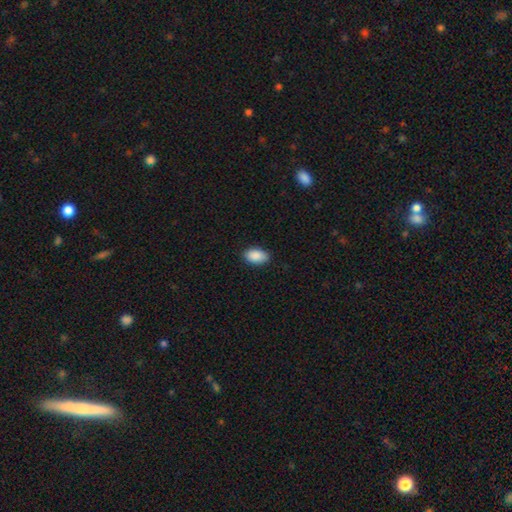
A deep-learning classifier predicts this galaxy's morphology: A smooth galaxy with no disk features (90%) that is in between round and cigar-shaped (93%).

Vote fractions:
- Smooth or featured? smooth: 90% / star or artifact: 7% / featured or disk: 3%
- How rounded? in between: 93% / round: 6% / cigar-shaped: 1%
- Merging? none: 87% / minor disturbance: 10% / major disturbance: 2% / merger: 1%